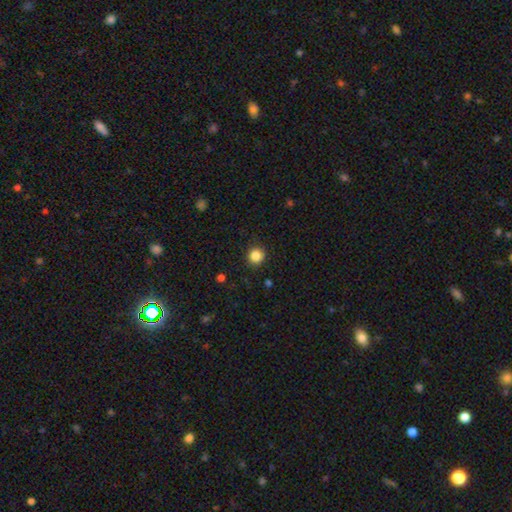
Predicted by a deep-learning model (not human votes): A smooth galaxy with no disk features (86%) that is round (92%).

Vote fractions:
- Smooth or featured? smooth: 86% / star or artifact: 11% / featured or disk: 4%
- How rounded? round: 92% / in between: 7% / cigar-shaped: 1%
- Merging? none: 90% / minor disturbance: 7% / major disturbance: 2% / merger: 1%